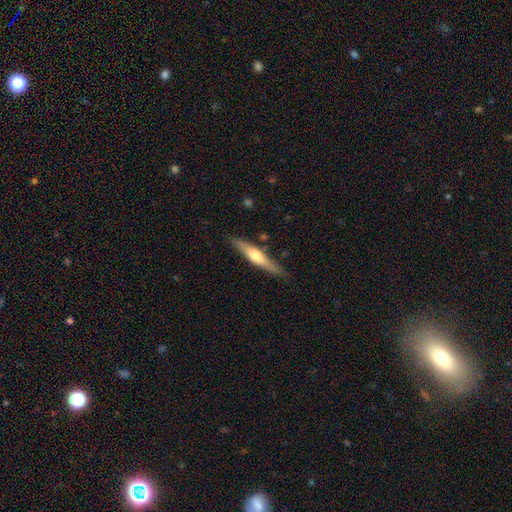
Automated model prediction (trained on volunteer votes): The model was most divided on "smooth or featured": featured or disk: 60%, smooth: 35%, star or artifact: 5%. More confident: edge-on disk — yes (95%); edge-on bulge — rounded (88%); merging — none (84%).